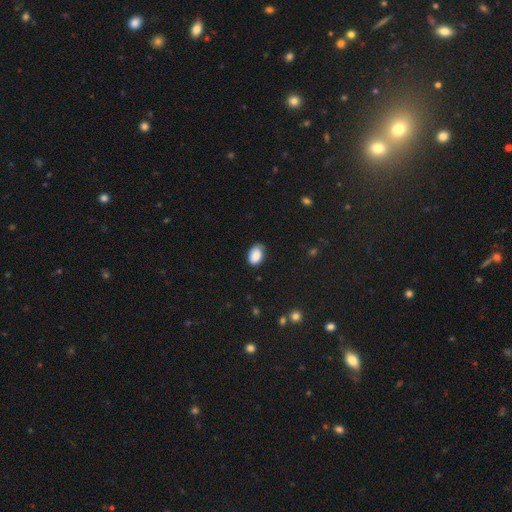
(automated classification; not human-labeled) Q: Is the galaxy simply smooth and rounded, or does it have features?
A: smooth — 87%.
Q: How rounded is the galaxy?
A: in between — 89%.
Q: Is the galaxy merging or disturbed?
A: none — 72%.